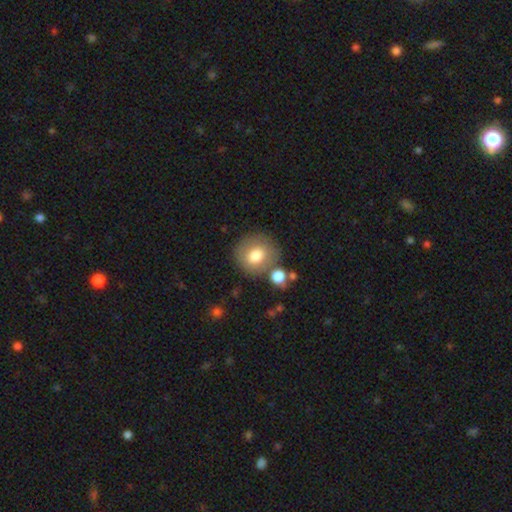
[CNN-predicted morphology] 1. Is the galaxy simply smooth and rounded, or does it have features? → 75% smooth, 16% featured or disk, 9% star or artifact.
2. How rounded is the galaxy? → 85% round, 14% in between, 1% cigar-shaped.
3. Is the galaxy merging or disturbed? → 73% none, 12% minor disturbance, 11% merger, 4% major disturbance.